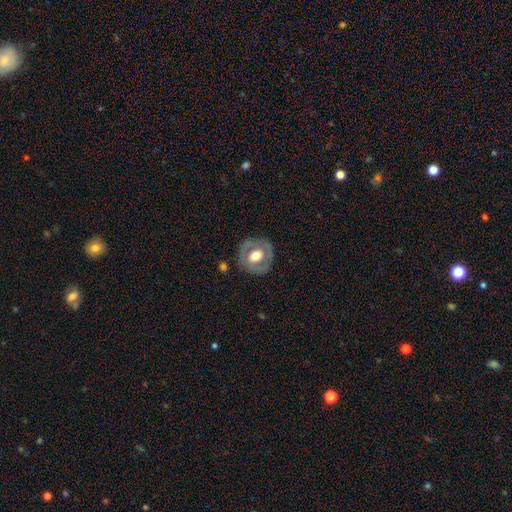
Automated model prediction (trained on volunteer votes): Q: Smooth or featured?
A: featured or disk (57%); runner-up: smooth (37%)
Q: Edge-on disk?
A: no (95%); runner-up: yes (5%)
Q: Bar?
A: no (64%); runner-up: weak (27%)
Q: Spiral arms?
A: no (67%); runner-up: yes (33%)
Q: Bulge size?
A: moderate (55%); runner-up: large (38%)
Q: Merging?
A: none (80%); runner-up: minor disturbance (13%)